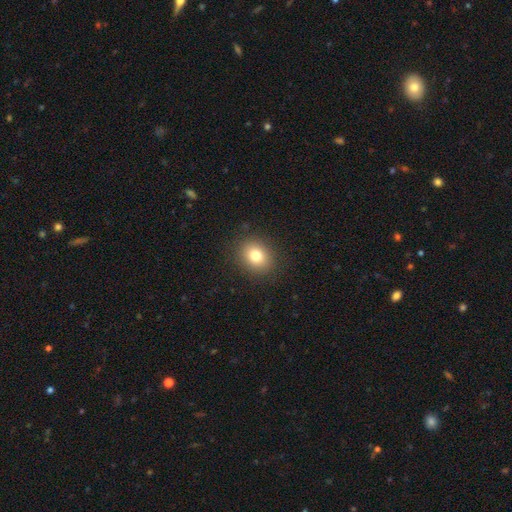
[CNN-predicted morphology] Q: Smooth or featured?
A: smooth (80%); runner-up: star or artifact (11%)
Q: How rounded?
A: round (60%); runner-up: in between (39%)
Q: Merging?
A: none (88%); runner-up: minor disturbance (8%)